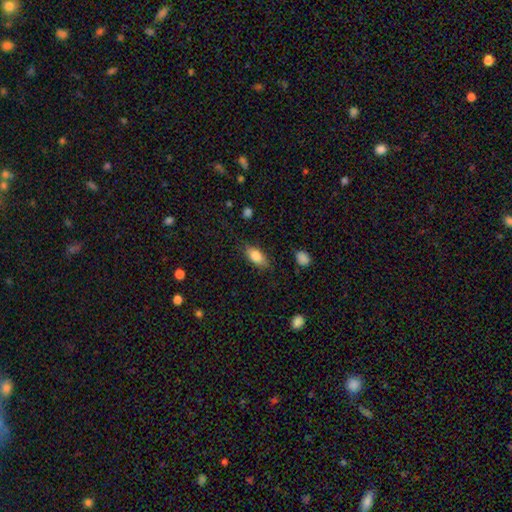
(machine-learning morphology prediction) Smooth or featured?
  - smooth: 82% *
  - featured or disk: 11%
  - star or artifact: 7%
How rounded?
  - in between: 85% *
  - cigar-shaped: 11%
  - round: 4%
Merging?
  - none: 79% *
  - minor disturbance: 16%
  - major disturbance: 4%
  - merger: 1%